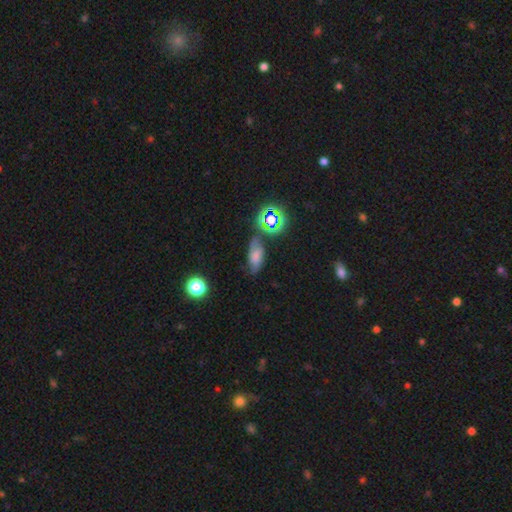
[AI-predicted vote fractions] Smooth or featured: smooth — 55% (featured or disk — 23%)
How rounded: in between — 81% (cigar-shaped — 10%)
Merging: none — 60% (minor disturbance — 25%)